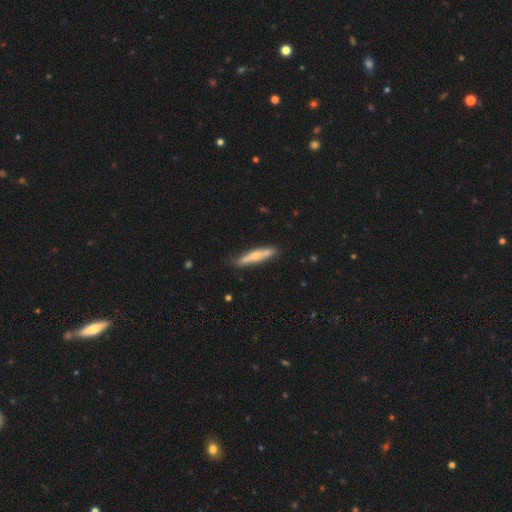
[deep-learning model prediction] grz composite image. It shows a featured or disk galaxy (48%). Merging: none (82%).